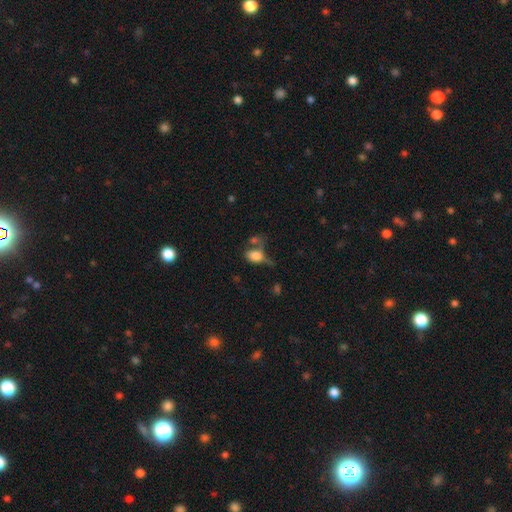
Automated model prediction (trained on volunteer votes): Smooth or featured? smooth (74%)
How rounded? in between (79%)
Merging? none (30%)